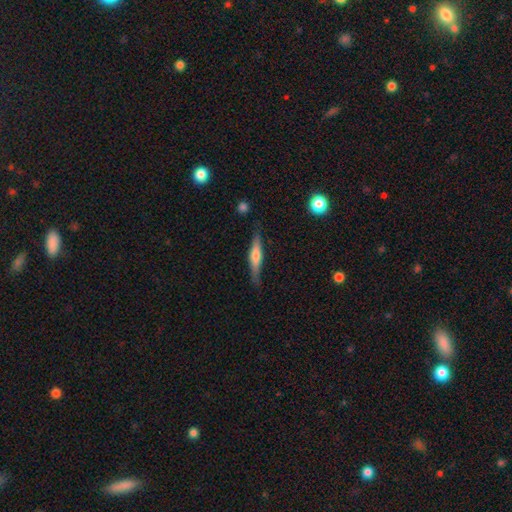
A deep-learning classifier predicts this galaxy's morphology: Smooth or featured? smooth (48%)
Merging? none (82%)